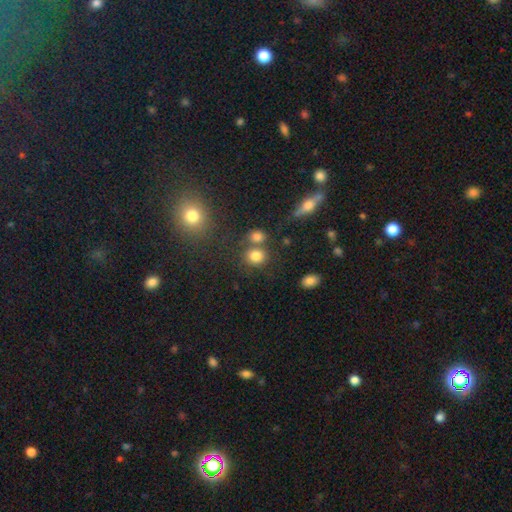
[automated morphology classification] type=smooth (79%); roundness=round (72%); merging=none (59%).